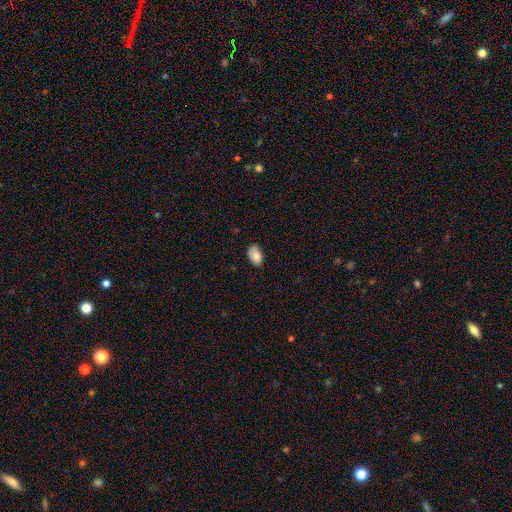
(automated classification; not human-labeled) smooth 85%, featured or disk 7%, star or artifact 7%. Down the decision tree: how rounded — in between (94%); merging — none (80%).